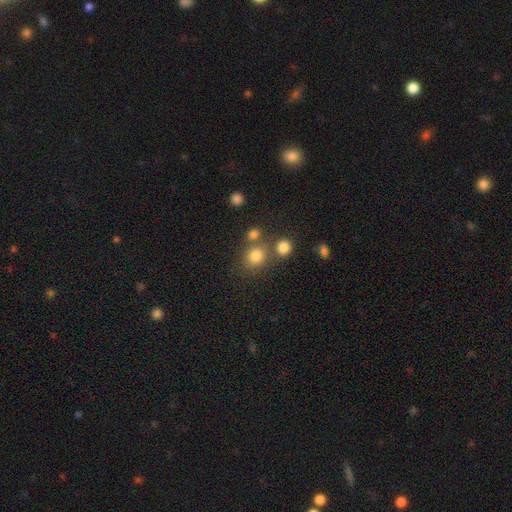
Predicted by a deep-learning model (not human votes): This appears to be a smooth galaxy with no disk features (79%) that is round (79%). Merging: none (65%).